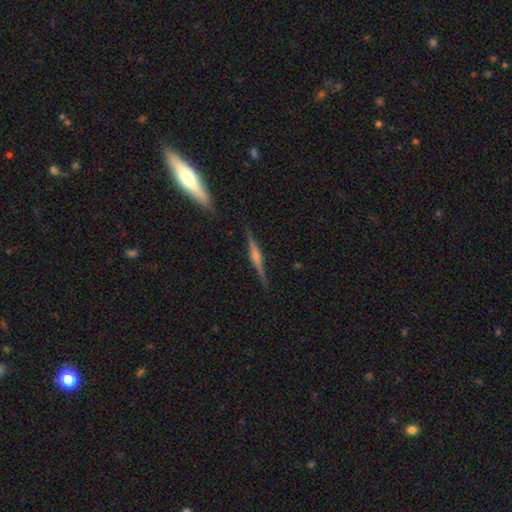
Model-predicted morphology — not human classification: smooth-or-featured: featured or disk: 73% | smooth: 20% | star or artifact: 7%
  disk-edge-on: yes: 98% | no: 2%
    edge-on-bulge: rounded: 67% | boxy: 21% | none: 13%
  merging: none: 89% | minor disturbance: 8% | major disturbance: 2% | merger: 1%